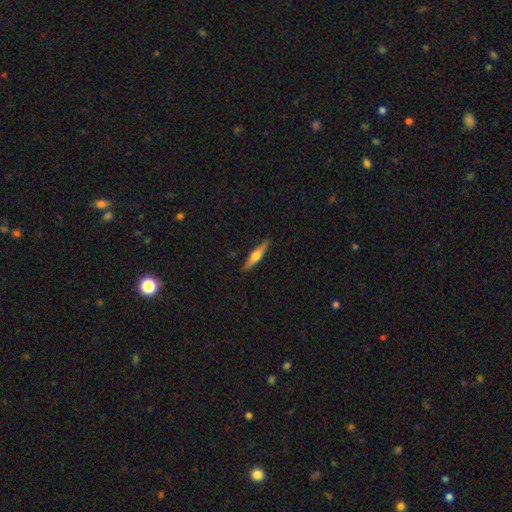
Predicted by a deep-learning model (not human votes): A featured or disk galaxy (59%) viewed edge-on (96%) with a rounded central bulge (92%).

Vote fractions:
- Smooth or featured? featured or disk: 59% / smooth: 35% / star or artifact: 6%
- Edge-on disk? yes: 96% / no: 4%
- Edge-on bulge? rounded: 92% / boxy: 4% / none: 4%
- Merging? none: 90% / minor disturbance: 7% / major disturbance: 1% / merger: 1%